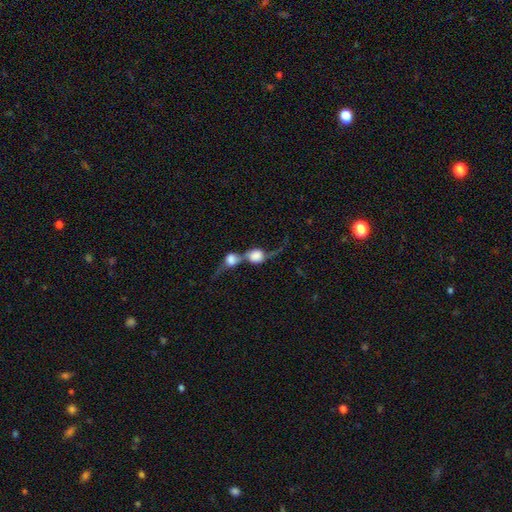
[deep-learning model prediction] A smooth galaxy with no disk features (57%) that is round (64%). Merging: merger (80%).